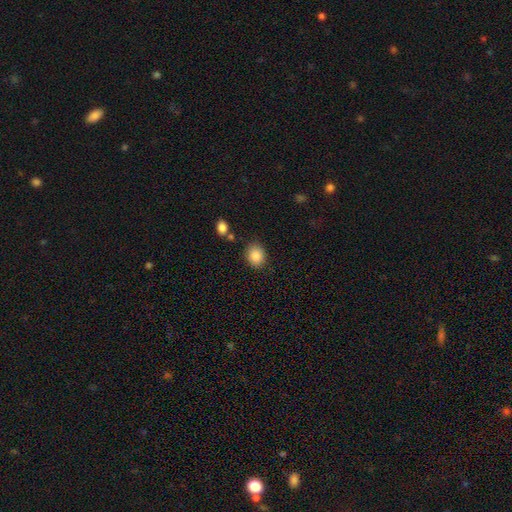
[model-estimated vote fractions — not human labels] Smooth or featured?
  - smooth: 88% *
  - star or artifact: 8%
  - featured or disk: 4%
How rounded?
  - round: 51% *
  - in between: 48%
  - cigar-shaped: 1%
Merging?
  - none: 82% *
  - minor disturbance: 11%
  - merger: 4%
  - major disturbance: 3%